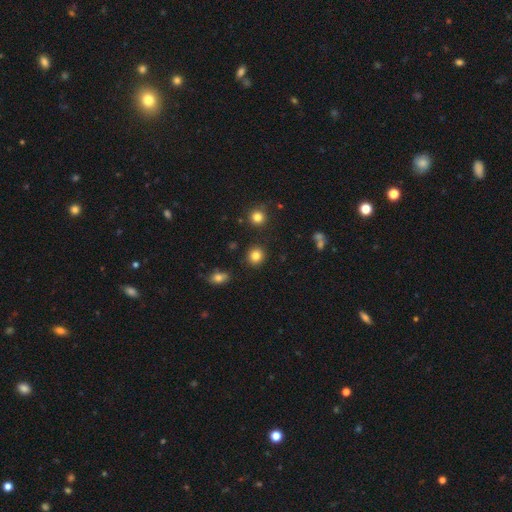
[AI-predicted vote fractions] smooth-or-featured: smooth: 84% | star or artifact: 11% | featured or disk: 5%
  how-rounded: round: 87% | in between: 12% | cigar-shaped: 1%
  merging: none: 89% | minor disturbance: 6% | major disturbance: 2% | merger: 2%